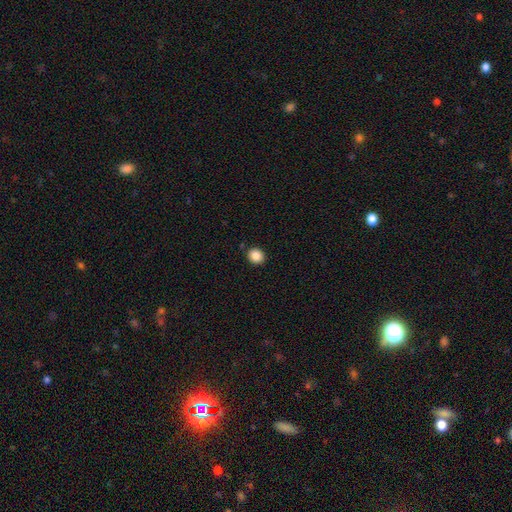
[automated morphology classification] Smooth or featured? Predicted: smooth (p=0.87). How rounded? Predicted: round (p=0.80). Merging? Predicted: none (p=0.89).